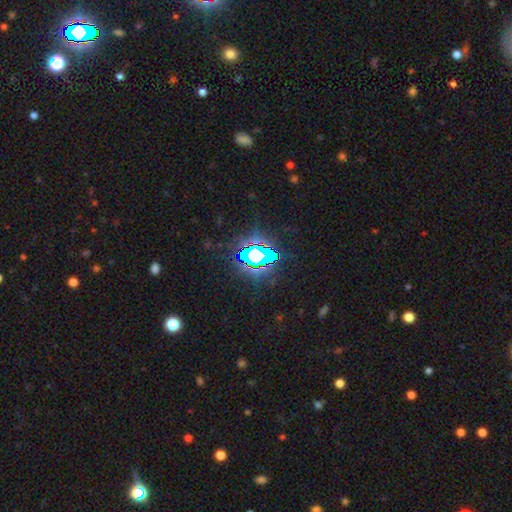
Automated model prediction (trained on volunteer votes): A star or artifact, not a galaxy (74%).